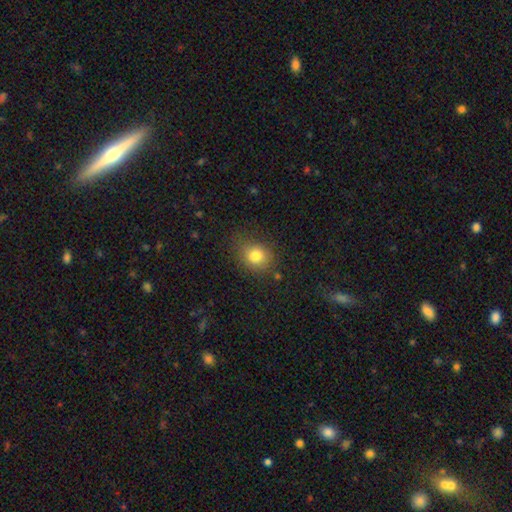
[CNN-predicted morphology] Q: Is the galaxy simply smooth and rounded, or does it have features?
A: smooth — 79%.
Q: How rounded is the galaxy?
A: round — 66%.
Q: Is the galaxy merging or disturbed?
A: none — 74%.